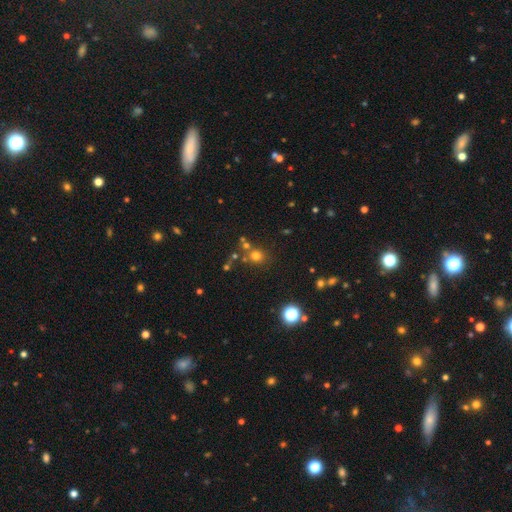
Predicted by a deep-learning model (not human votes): The model was most divided on "smooth or featured": smooth: 69%, star or artifact: 22%, featured or disk: 9%. More confident: how rounded — round (84%); merging — none (68%).